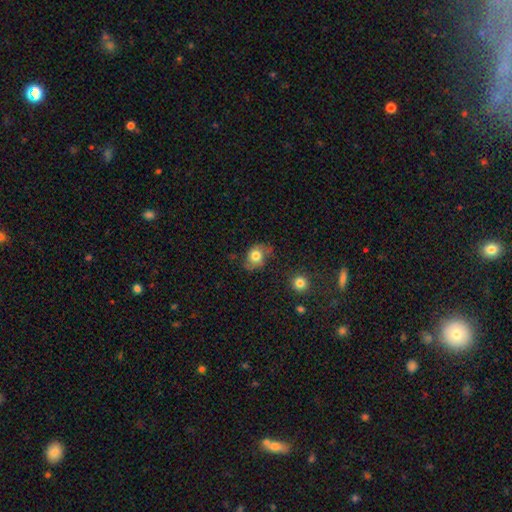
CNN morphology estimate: The model was most divided on "how rounded": in between: 57%, round: 42%, cigar-shaped: 1%. More confident: smooth or featured — smooth (75%); merging — none (59%).